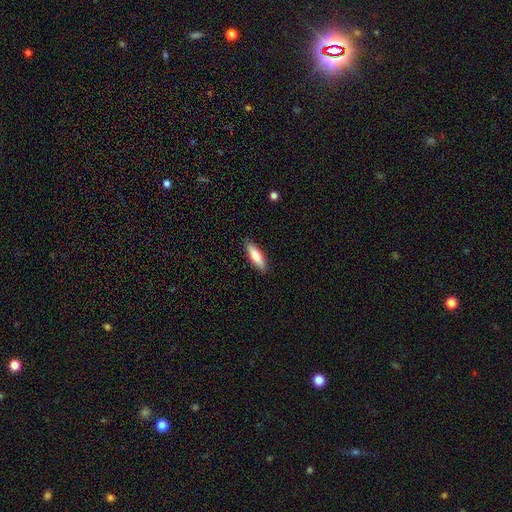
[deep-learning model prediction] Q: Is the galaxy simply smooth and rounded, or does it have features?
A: smooth — 70%.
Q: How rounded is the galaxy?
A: cigar-shaped — 55%.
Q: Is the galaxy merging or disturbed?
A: none — 89%.